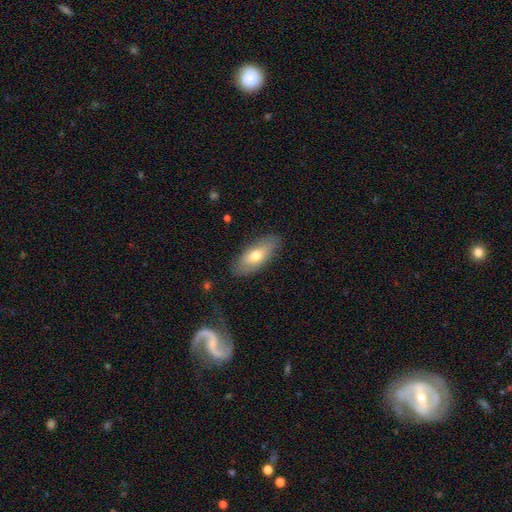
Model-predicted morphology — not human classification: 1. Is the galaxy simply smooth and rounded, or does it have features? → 63% smooth, 31% featured or disk, 6% star or artifact.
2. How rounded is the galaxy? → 77% in between, 20% cigar-shaped, 3% round.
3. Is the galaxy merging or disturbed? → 83% none, 13% minor disturbance, 3% major disturbance, 1% merger.